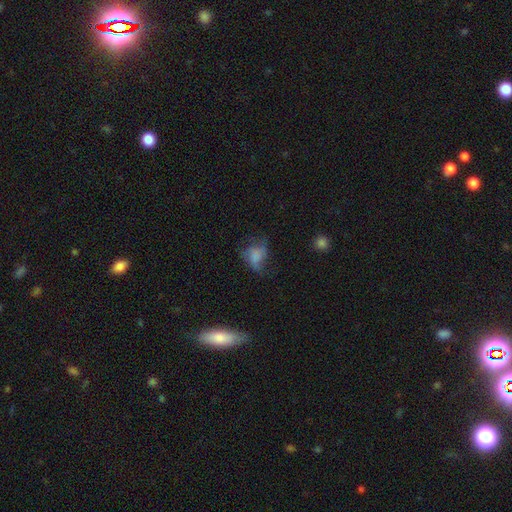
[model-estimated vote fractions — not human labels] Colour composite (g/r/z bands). It shows a smooth galaxy with no disk features (56%) that is in between round and cigar-shaped (63%). Merging: major disturbance (38%).